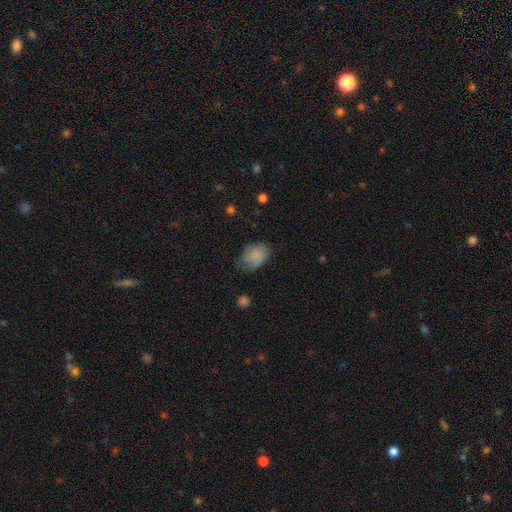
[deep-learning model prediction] Smooth or featured?
  - smooth: 76% *
  - featured or disk: 16%
  - star or artifact: 9%
How rounded?
  - in between: 69% *
  - round: 30%
  - cigar-shaped: 1%
Merging?
  - none: 51% *
  - minor disturbance: 33%
  - major disturbance: 14%
  - merger: 2%